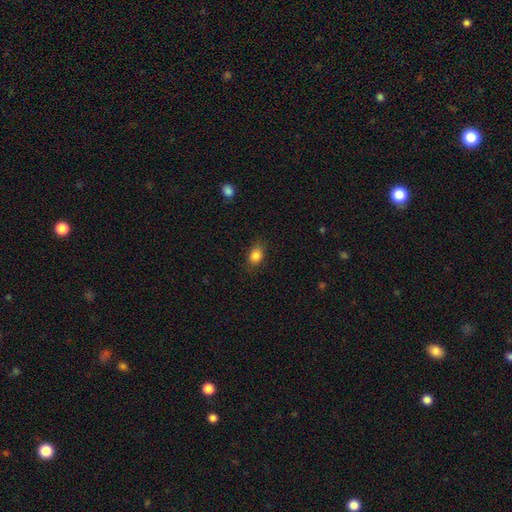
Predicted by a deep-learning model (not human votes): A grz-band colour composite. It shows a smooth galaxy with no disk features (85%) that is in between round and cigar-shaped (68%). Merging: none (83%).